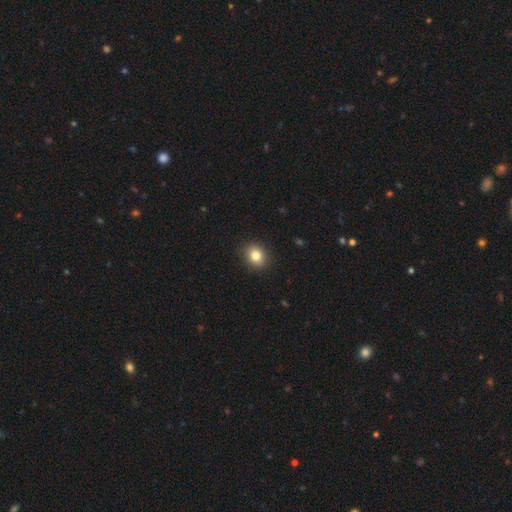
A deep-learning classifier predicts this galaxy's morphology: smooth_or_featured: smooth (p=0.82) [alt: star or artifact p=0.10]
how_rounded: round (p=0.65) [alt: in between p=0.34]
merging: none (p=0.90) [alt: minor disturbance p=0.07]